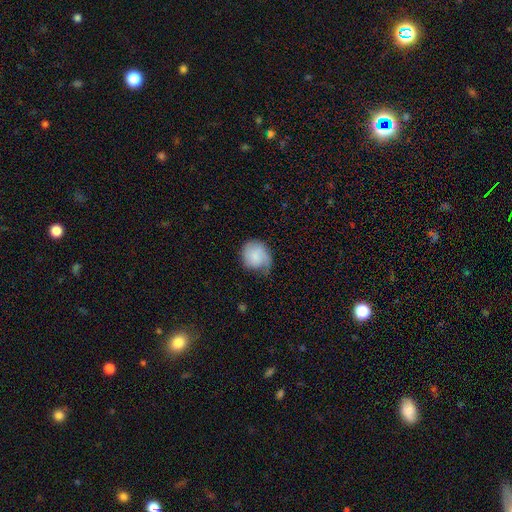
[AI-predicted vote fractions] Smooth or featured: smooth — 72% (featured or disk — 22%)
How rounded: round — 71% (in between — 28%)
Merging: none — 45% (minor disturbance — 39%)